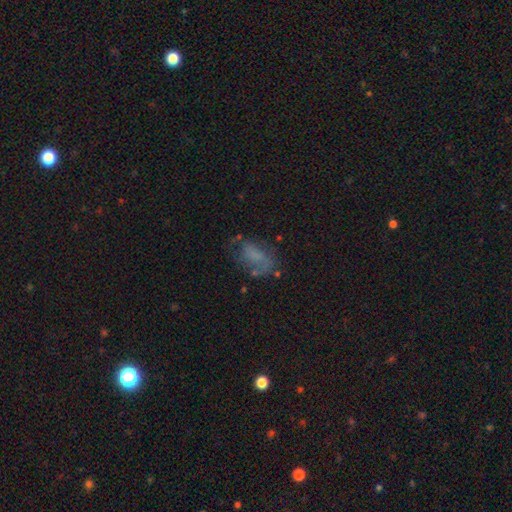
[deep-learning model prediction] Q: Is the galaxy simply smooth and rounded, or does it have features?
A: smooth — 46%.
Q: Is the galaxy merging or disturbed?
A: none — 42%.